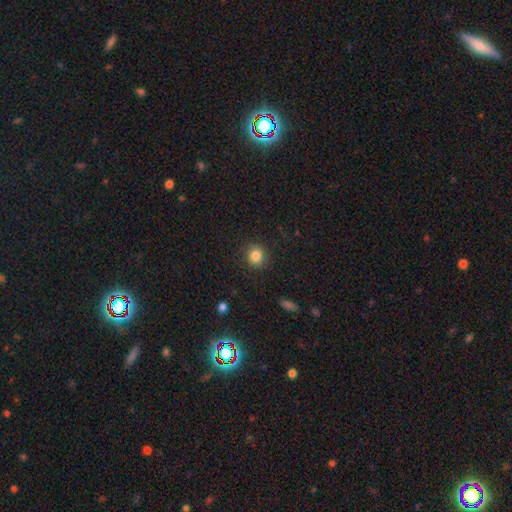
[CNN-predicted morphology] Smooth or featured? smooth (84%)
How rounded? round (87%)
Merging? none (88%)